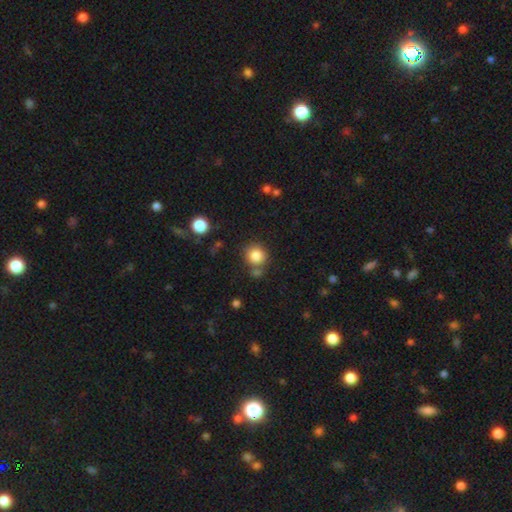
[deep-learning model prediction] Smooth or featured? Predicted: smooth (p=0.84). How rounded? Predicted: round (p=0.88). Merging? Predicted: none (p=0.74).